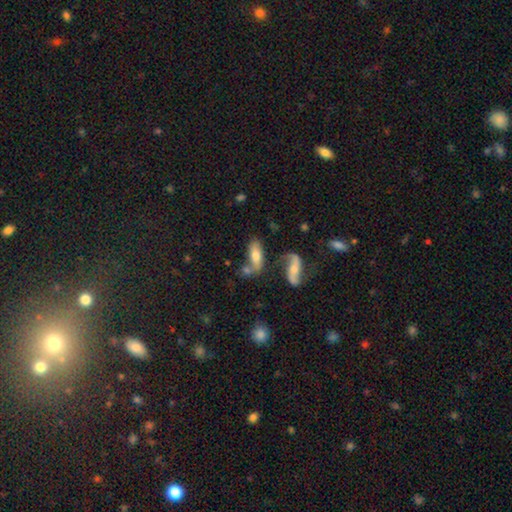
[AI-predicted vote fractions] Smooth or featured: smooth — 57% (featured or disk — 34%)
How rounded: in between — 73% (cigar-shaped — 24%)
Merging: none — 44% (merger — 28%)